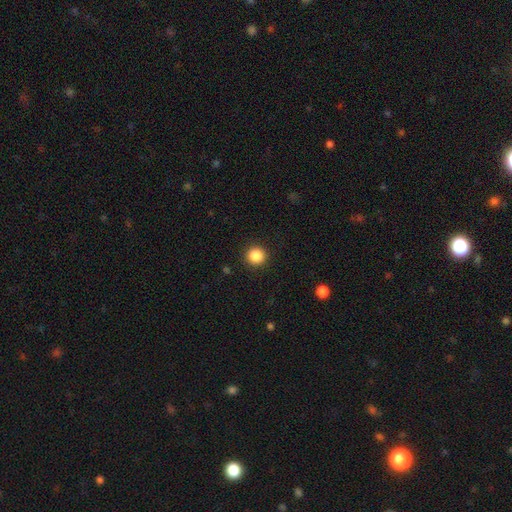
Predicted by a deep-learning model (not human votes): Smooth or featured? smooth (87%)
How rounded? round (94%)
Merging? none (92%)